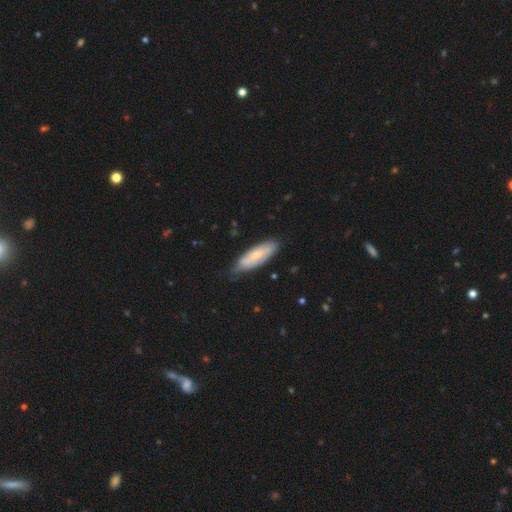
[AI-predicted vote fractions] Smooth or featured? Predicted: smooth (p=0.53). How rounded? Predicted: in between (p=0.60). Merging? Predicted: none (p=0.70).